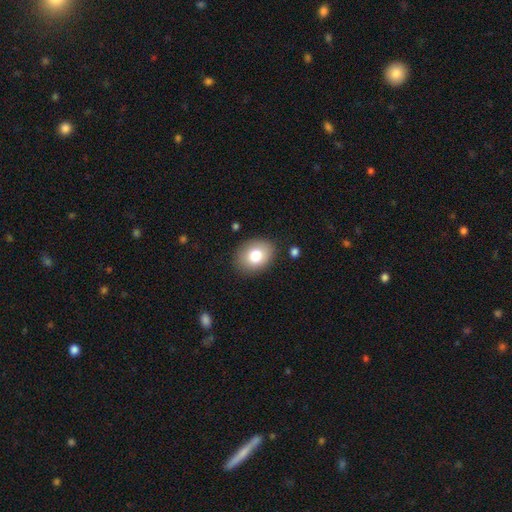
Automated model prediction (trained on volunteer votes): This appears to be a smooth galaxy with no disk features (79%) that is in between round and cigar-shaped (59%). Merging: none (85%).